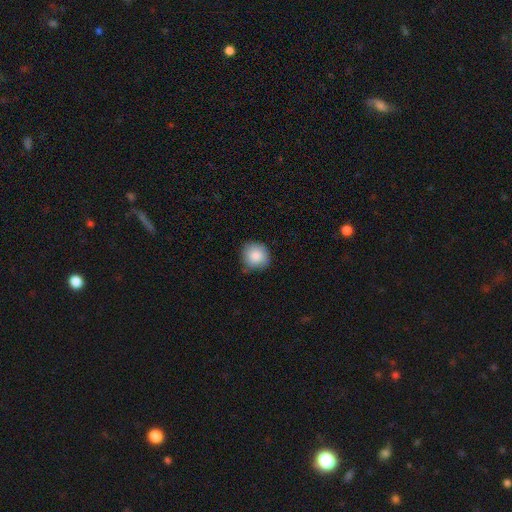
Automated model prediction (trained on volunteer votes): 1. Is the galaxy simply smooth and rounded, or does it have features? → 86% smooth, 8% star or artifact, 6% featured or disk.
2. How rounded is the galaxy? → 92% round, 7% in between, 1% cigar-shaped.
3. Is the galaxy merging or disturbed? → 75% none, 21% minor disturbance, 3% major disturbance, 2% merger.